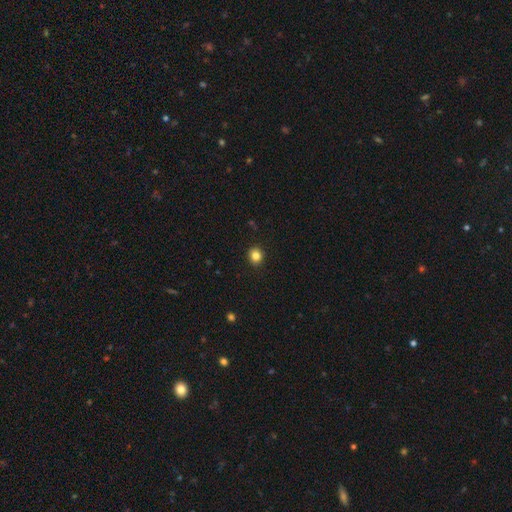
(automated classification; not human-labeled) This appears to be a smooth galaxy with no disk features (84%) that is round (81%). Merging: none (92%).